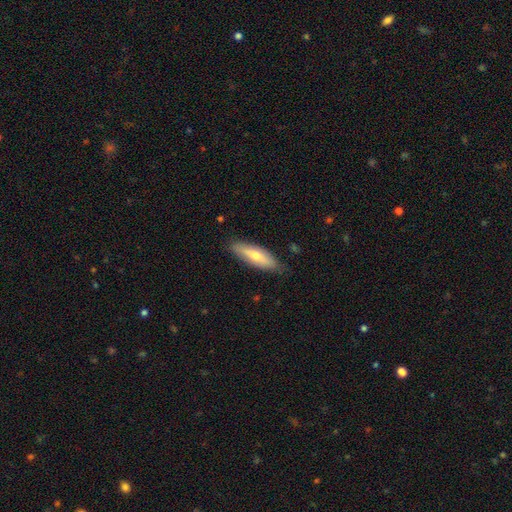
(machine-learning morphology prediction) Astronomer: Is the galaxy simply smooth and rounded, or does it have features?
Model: smooth — 61%.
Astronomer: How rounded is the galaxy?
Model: cigar-shaped — 54% (runner-up: in between, 44%).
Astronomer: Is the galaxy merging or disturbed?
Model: none — 82%.